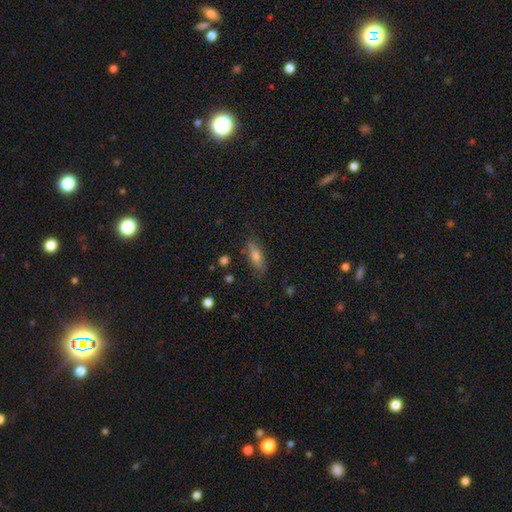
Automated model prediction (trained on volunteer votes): Smooth or featured: smooth — 61% (featured or disk — 30%)
How rounded: cigar-shaped — 50% (in between — 47%)
Merging: none — 81% (minor disturbance — 14%)